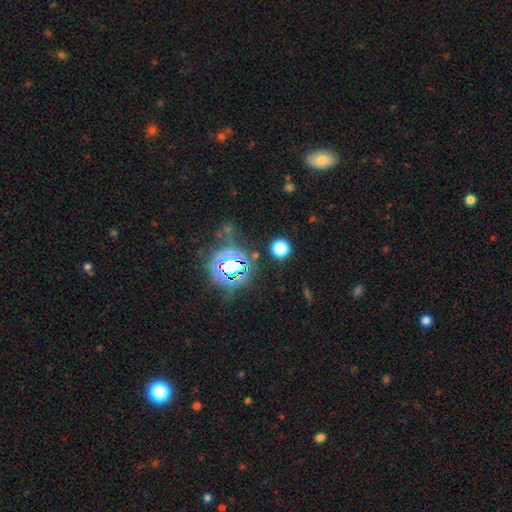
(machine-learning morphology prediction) star or artifact 72%, smooth 20%, featured or disk 8%.